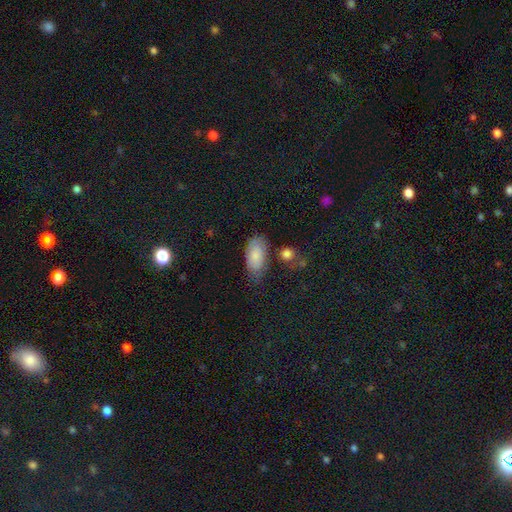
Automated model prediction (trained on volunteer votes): Smooth or featured?
  - smooth: 81% *
  - featured or disk: 12%
  - star or artifact: 7%
How rounded?
  - in between: 92% *
  - cigar-shaped: 4%
  - round: 4%
Merging?
  - none: 64% *
  - minor disturbance: 24%
  - major disturbance: 7%
  - merger: 5%